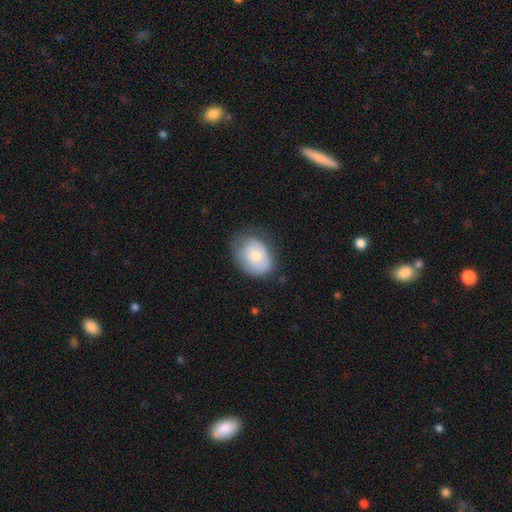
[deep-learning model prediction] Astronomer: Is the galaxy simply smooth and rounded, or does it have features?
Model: smooth — 70%.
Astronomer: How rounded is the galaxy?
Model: in between — 67%.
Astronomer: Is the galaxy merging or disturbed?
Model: none — 56% (runner-up: minor disturbance, 31%).